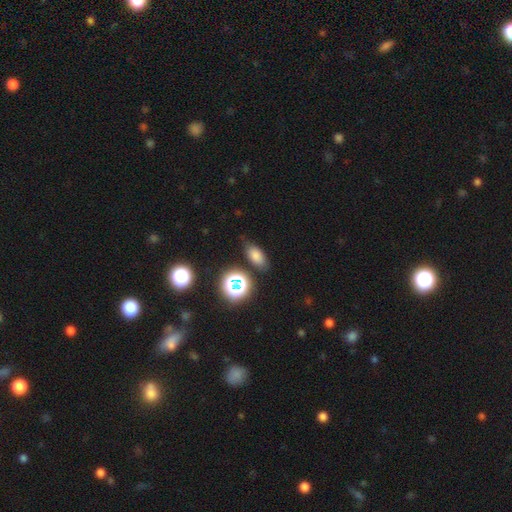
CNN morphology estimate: Smooth or featured? smooth (73%)
How rounded? in between (83%)
Merging? none (77%)